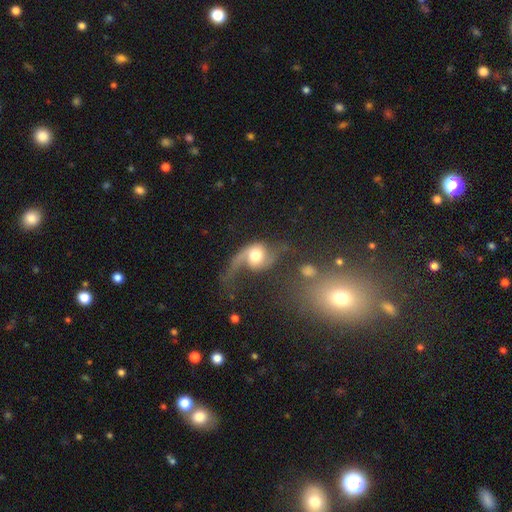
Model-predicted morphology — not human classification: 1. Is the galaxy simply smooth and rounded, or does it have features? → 70% featured or disk, 23% smooth, 7% star or artifact.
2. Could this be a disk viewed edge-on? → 96% no, 4% yes.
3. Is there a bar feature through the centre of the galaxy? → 68% no, 26% weak, 6% strong.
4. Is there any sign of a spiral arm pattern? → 91% yes, 9% no.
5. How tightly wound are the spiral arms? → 78% loose, 17% medium, 4% tight.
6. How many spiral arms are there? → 66% 2, 29% 1, 3% can't tell, 1% 3, 1% 4, 1% more than 4.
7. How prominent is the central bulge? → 46% moderate, 39% large, 7% dominant, 6% small, 2% none.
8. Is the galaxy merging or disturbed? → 37% major disturbance, 32% none, 18% minor disturbance, 13% merger.